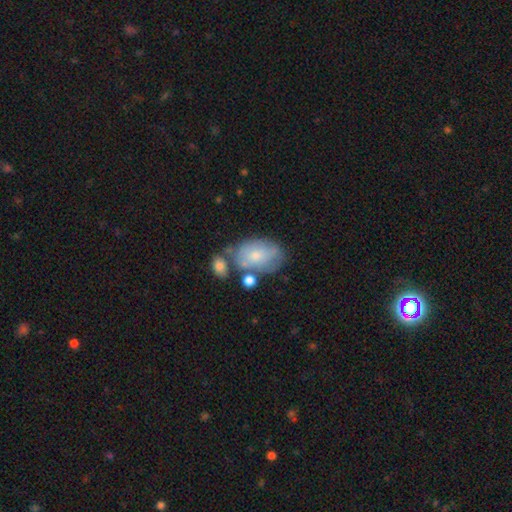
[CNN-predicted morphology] Smooth or featured: smooth — 59% (featured or disk — 34%)
How rounded: in between — 83% (round — 16%)
Merging: none — 45% (minor disturbance — 25%)